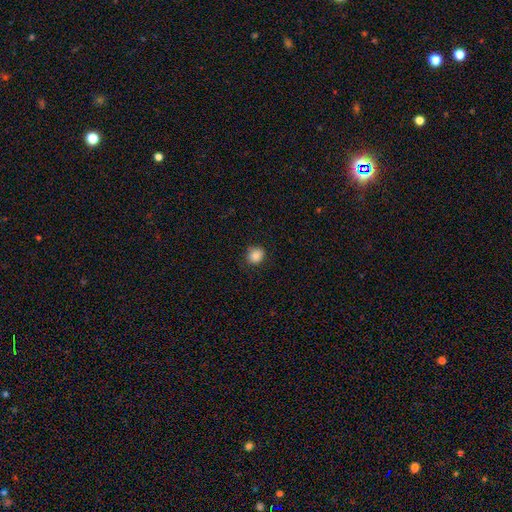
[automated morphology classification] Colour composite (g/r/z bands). It shows a smooth galaxy with no disk features (86%) that is round (80%). Merging: none (84%).